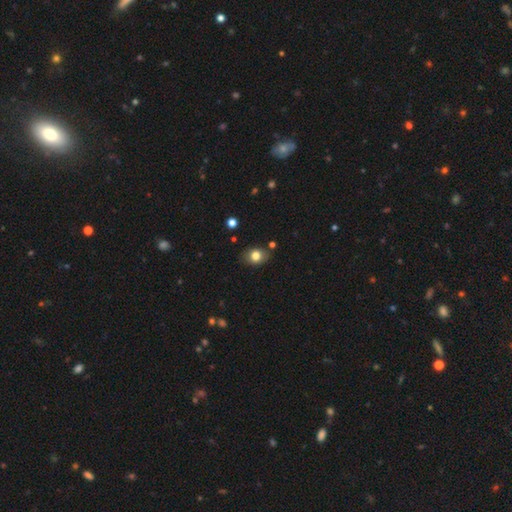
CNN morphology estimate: The model was most divided on "how rounded": in between: 56%, round: 43%, cigar-shaped: 1%. More confident: merging — none (82%); smooth or featured — smooth (80%).